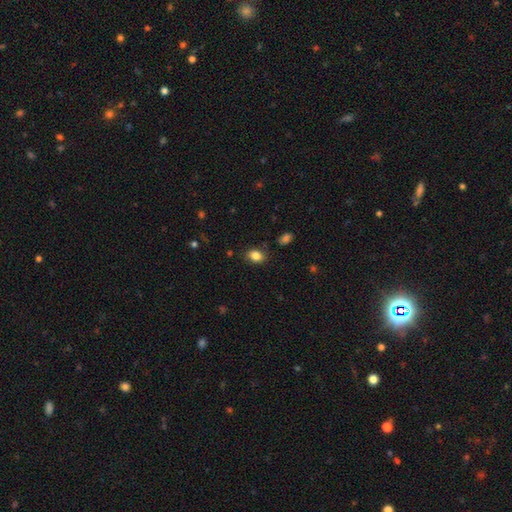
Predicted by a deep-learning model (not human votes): A smooth galaxy with no disk features (85%) that is in between round and cigar-shaped (75%).

Vote fractions:
- Smooth or featured? smooth: 85% / star or artifact: 10% / featured or disk: 6%
- How rounded? in between: 75% / round: 24% / cigar-shaped: 1%
- Merging? none: 83% / minor disturbance: 12% / major disturbance: 3% / merger: 2%